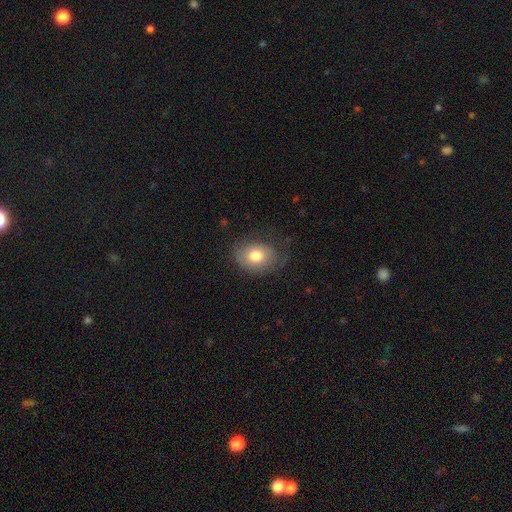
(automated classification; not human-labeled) The model was most divided on "how rounded": in between: 65%, round: 34%, cigar-shaped: 1%. More confident: smooth or featured — smooth (76%); merging — none (67%).